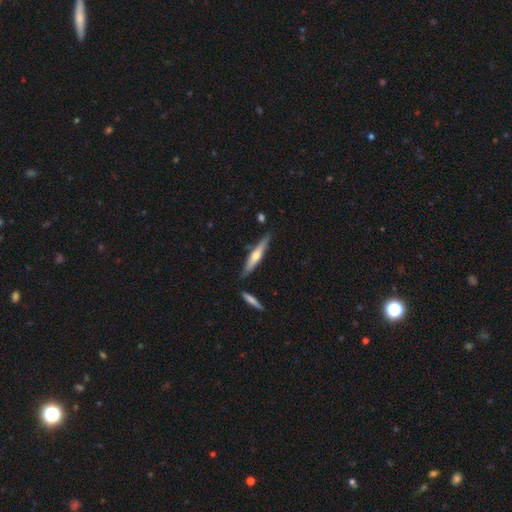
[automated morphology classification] Overall: featured or disk (49%; smooth 45%). Merging: none (81%).